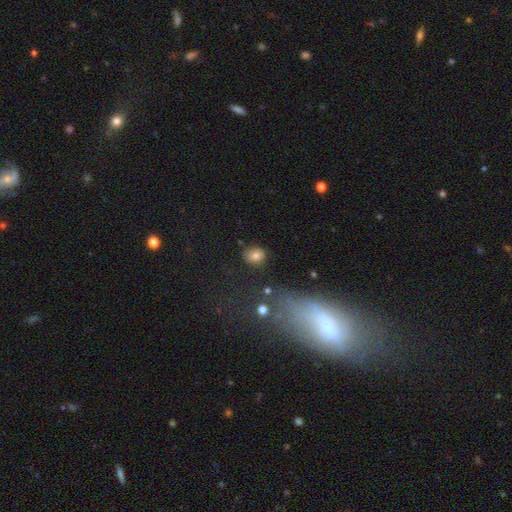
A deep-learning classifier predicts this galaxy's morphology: Q: Smooth or featured?
A: smooth (76%); runner-up: star or artifact (12%)
Q: How rounded?
A: round (61%); runner-up: in between (37%)
Q: Merging?
A: none (80%); runner-up: minor disturbance (13%)